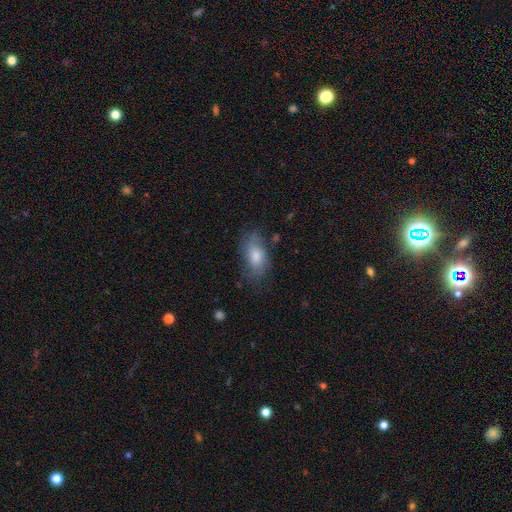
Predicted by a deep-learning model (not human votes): This is possibly a smooth galaxy (48%). Merging: likely none (67%).